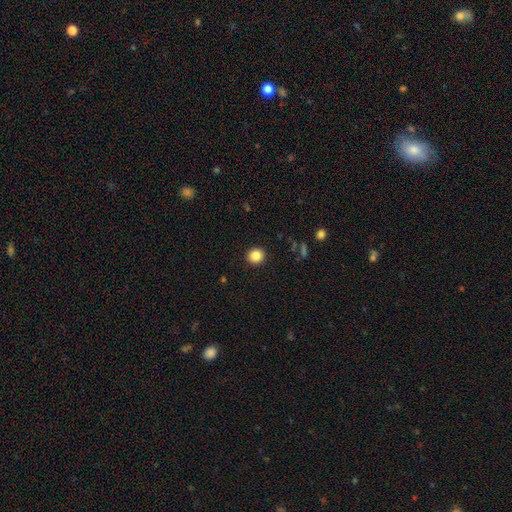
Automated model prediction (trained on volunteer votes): Overall: smooth (85%). How rounded: round (90%). Merging: none (92%).